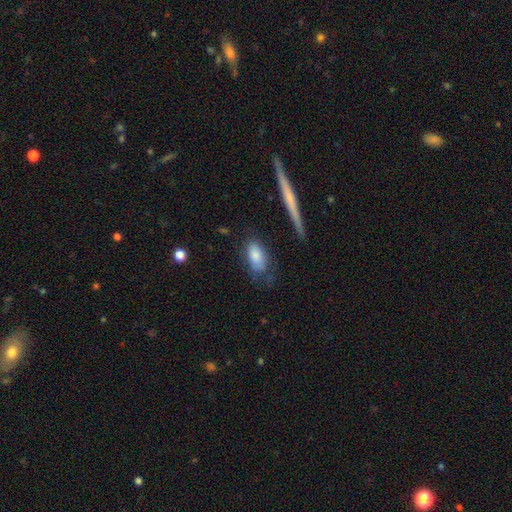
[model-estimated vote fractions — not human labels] The model was most divided on "merging": none: 65%, minor disturbance: 21%, major disturbance: 9%, merger: 5%. More confident: how rounded — in between (87%); smooth or featured — smooth (81%).